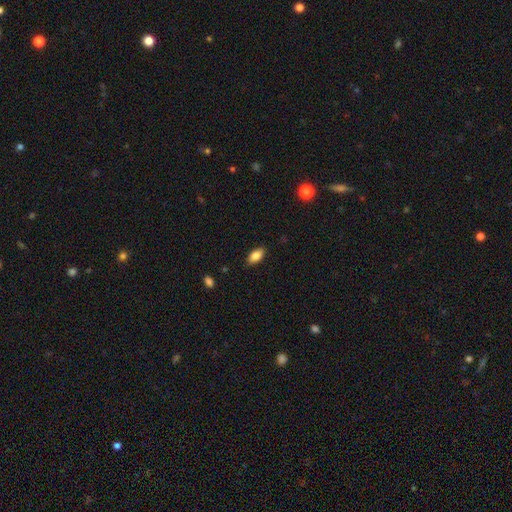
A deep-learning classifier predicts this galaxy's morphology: Smooth or featured: smooth — 84% (featured or disk — 8%)
How rounded: in between — 91% (cigar-shaped — 6%)
Merging: none — 87% (minor disturbance — 10%)